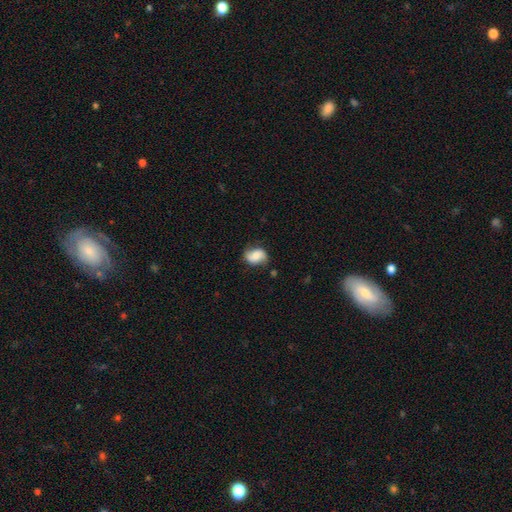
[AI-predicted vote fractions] smooth 51%, featured or disk 41%, star or artifact 8%. Down the decision tree: how rounded — in between (65%); merging — none (70%).